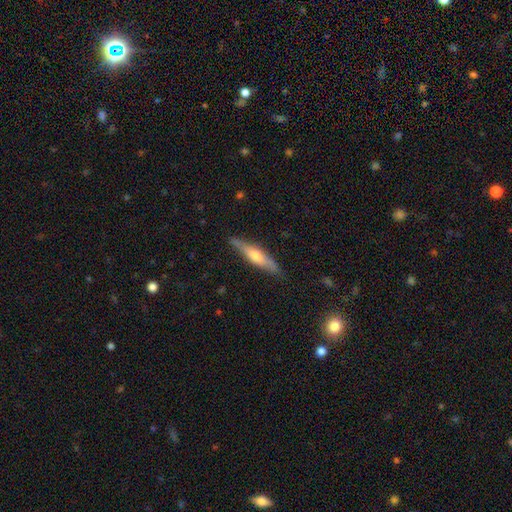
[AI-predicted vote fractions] smooth_or_featured: featured or disk (p=0.56) [alt: smooth p=0.38]
disk_edge_on: yes (p=0.92) [alt: no p=0.08]
edge_on_bulge: rounded (p=0.84) [alt: boxy p=0.09]
merging: none (p=0.84) [alt: minor disturbance p=0.12]